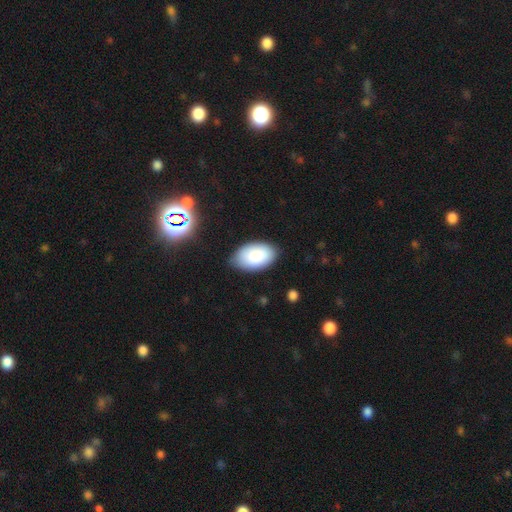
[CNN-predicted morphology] This appears to be a smooth galaxy with no disk features (86%) that is in between round and cigar-shaped (94%). Merging: none (81%).